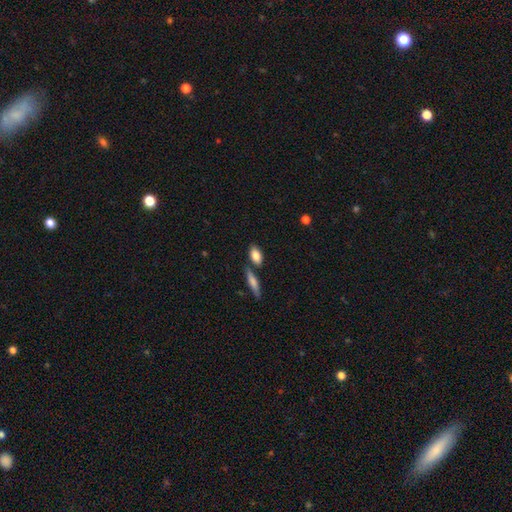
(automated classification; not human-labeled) Overall: smooth (83%). How rounded: in between (85%). Merging: none (69%).